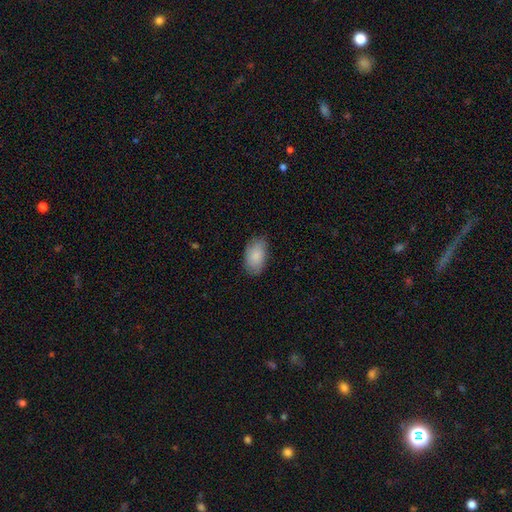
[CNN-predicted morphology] Smooth or featured? Predicted: smooth (p=0.85). How rounded? Predicted: in between (p=0.94). Merging? Predicted: none (p=0.80).